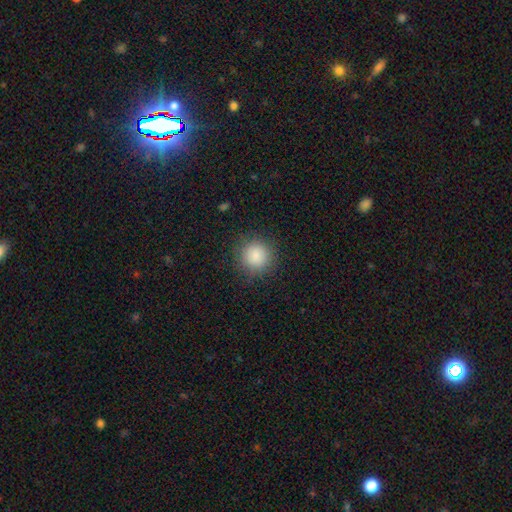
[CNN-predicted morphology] A smooth galaxy with no disk features (86%) that is round (95%). Merging: none (89%).